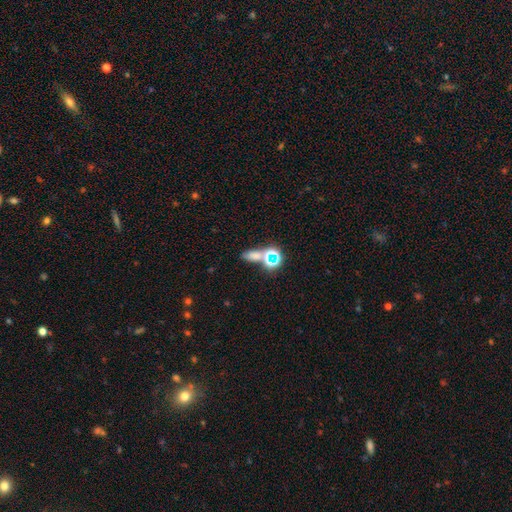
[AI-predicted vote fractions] smooth 55%, star or artifact 35%, featured or disk 10%. Down the decision tree: how rounded — in between (67%); merging — none (52%).